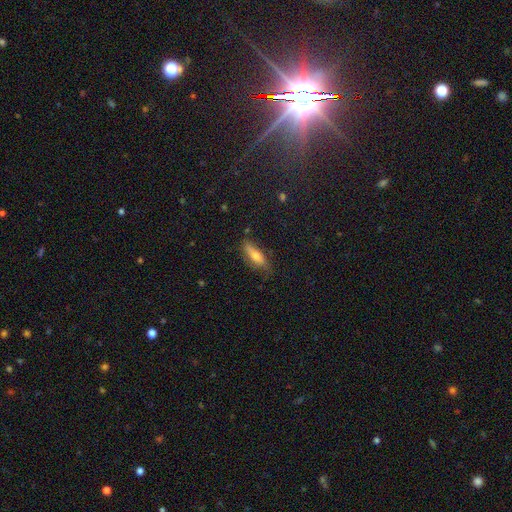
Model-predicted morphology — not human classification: A smooth galaxy with no disk features (60%) that is cigar-shaped (50%). Merging: none (71%).